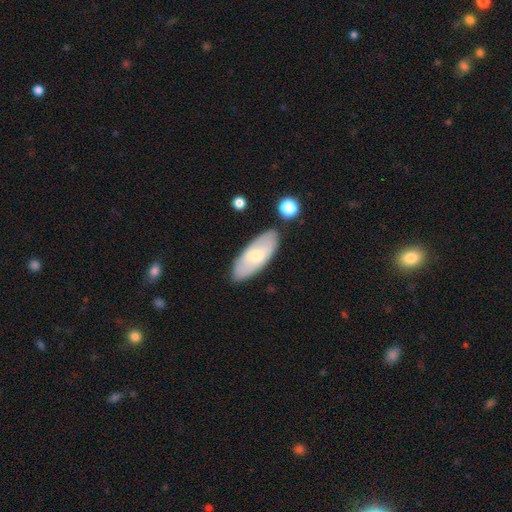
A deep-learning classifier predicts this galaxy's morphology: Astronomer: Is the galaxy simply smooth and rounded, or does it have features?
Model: smooth — 55% (runner-up: featured or disk, 39%).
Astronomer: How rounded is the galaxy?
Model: in between — 81%.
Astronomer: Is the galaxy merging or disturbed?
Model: none — 82%.